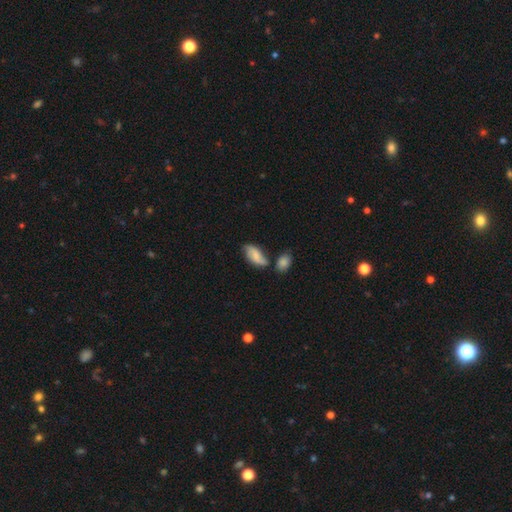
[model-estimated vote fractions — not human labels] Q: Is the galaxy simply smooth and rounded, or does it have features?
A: smooth — 57%.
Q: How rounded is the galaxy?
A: in between — 90%.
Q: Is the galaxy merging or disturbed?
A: none — 50%.